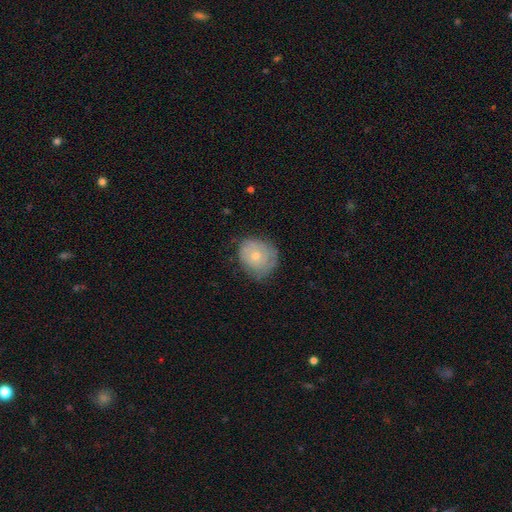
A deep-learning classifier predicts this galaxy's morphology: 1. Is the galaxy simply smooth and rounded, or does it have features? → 54% smooth, 39% featured or disk, 7% star or artifact.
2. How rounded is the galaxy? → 69% round, 30% in between, 1% cigar-shaped.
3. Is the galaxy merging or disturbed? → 63% none, 28% minor disturbance, 8% major disturbance, 1% merger.